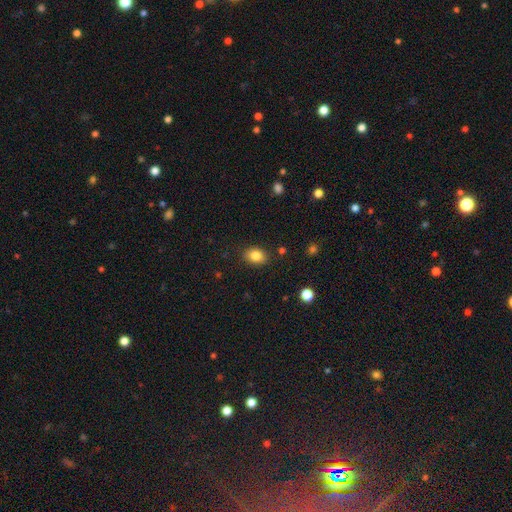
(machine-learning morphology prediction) The model was most divided on "how rounded": in between: 66%, round: 33%, cigar-shaped: 1%. More confident: merging — none (86%); smooth or featured — smooth (84%).